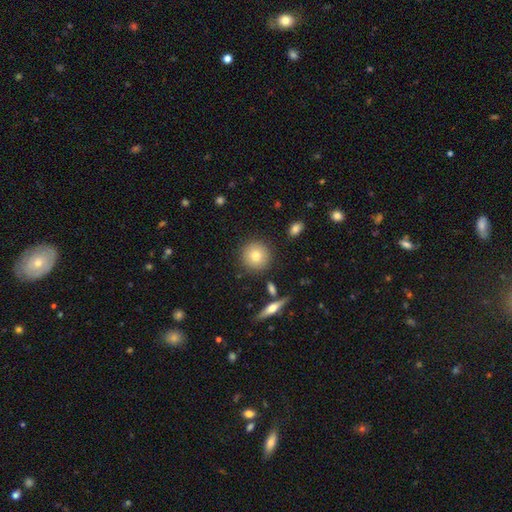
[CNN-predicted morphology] The model was most divided on "smooth or featured": smooth: 77%, featured or disk: 14%, star or artifact: 9%. More confident: how rounded — round (93%); merging — none (87%).